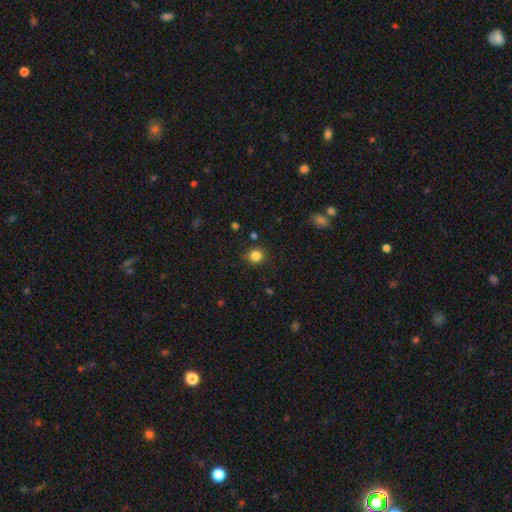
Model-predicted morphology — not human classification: Smooth or featured? smooth (84%)
How rounded? round (88%)
Merging? none (87%)